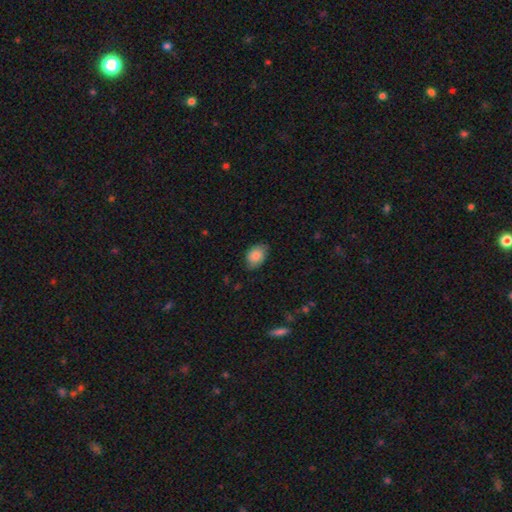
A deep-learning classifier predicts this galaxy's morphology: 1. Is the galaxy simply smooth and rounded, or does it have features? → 83% smooth, 9% featured or disk, 7% star or artifact.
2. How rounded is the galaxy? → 76% in between, 23% round, 1% cigar-shaped.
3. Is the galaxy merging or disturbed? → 71% none, 24% minor disturbance, 4% major disturbance, 1% merger.